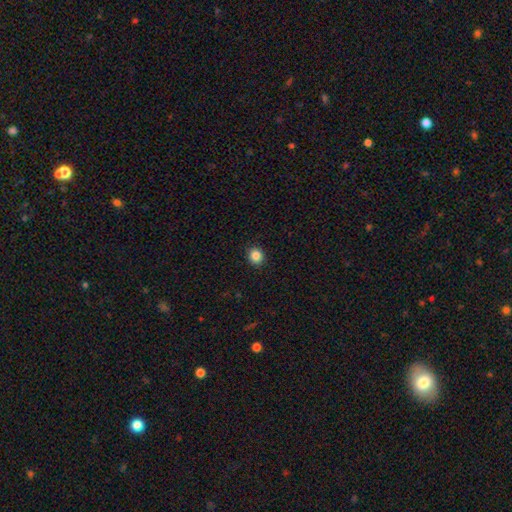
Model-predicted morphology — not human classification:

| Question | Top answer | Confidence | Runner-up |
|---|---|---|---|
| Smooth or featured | smooth | 86% | star or artifact (10%) |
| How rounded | round | 82% | in between (17%) |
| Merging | none | 92% | minor disturbance (6%) |